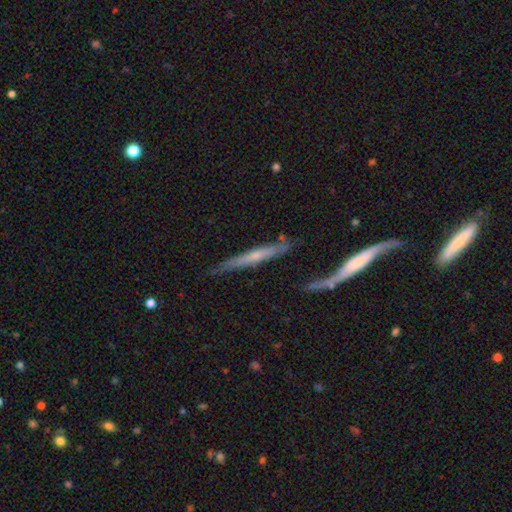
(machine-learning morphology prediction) The model was most divided on "edge-on bulge": none: 53%, rounded: 39%, boxy: 8%. More confident: edge-on disk — yes (89%); merging — none (61%); smooth or featured — featured or disk (58%).